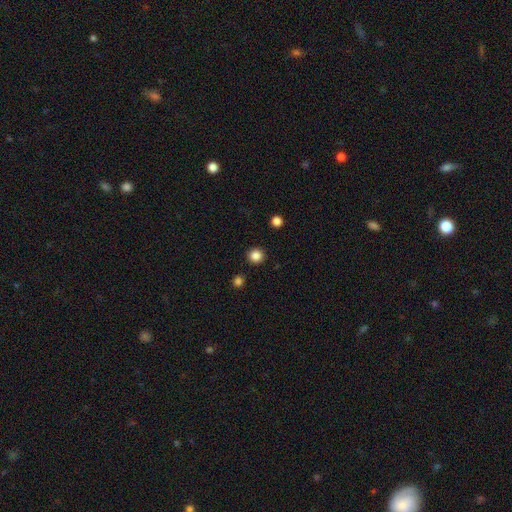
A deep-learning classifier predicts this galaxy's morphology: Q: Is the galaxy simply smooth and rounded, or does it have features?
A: smooth — 85%.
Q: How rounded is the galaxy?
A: round — 94%.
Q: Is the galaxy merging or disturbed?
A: none — 92%.